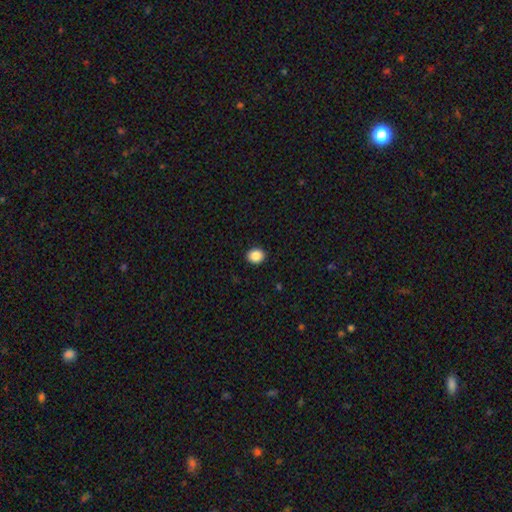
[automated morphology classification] This is clearly a smooth galaxy (88%). How rounded: likely round (65%). Merging: clearly none (92%).